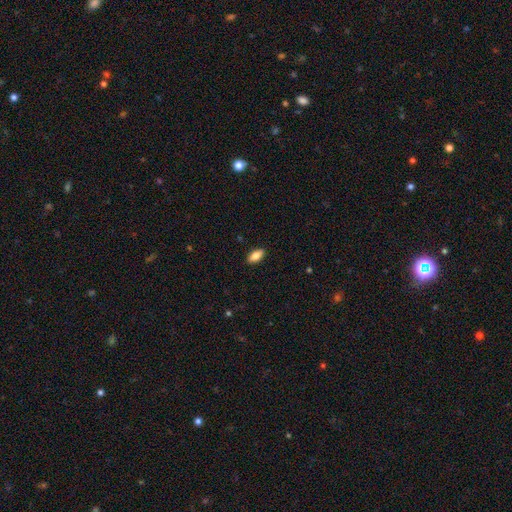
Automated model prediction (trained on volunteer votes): smooth 83%, featured or disk 10%, star or artifact 7%. Down the decision tree: how rounded — in between (89%); merging — none (90%).